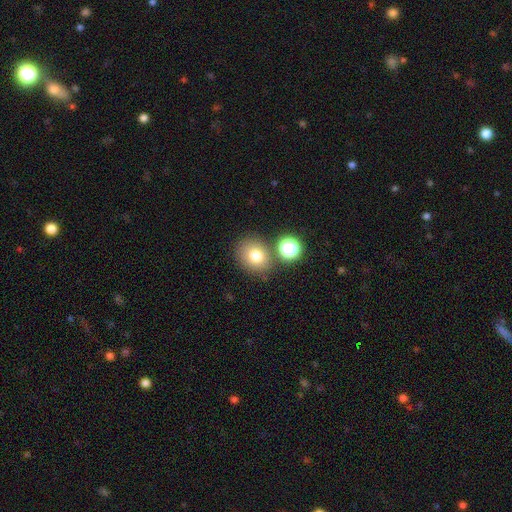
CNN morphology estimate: Overall: smooth (77%). How rounded: round (68%; in between 31%). Merging: none (74%).